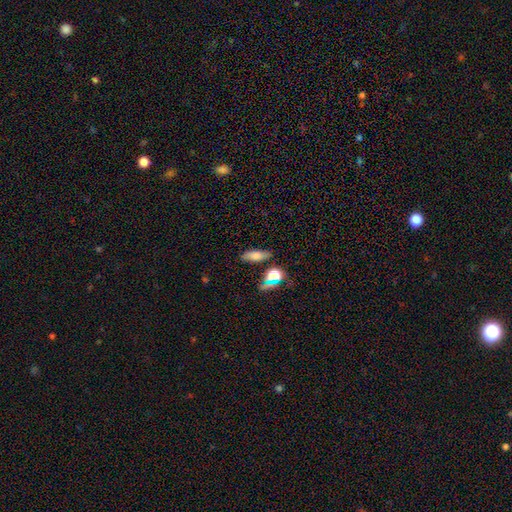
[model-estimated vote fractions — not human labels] The model was most divided on "how rounded": in between: 59%, cigar-shaped: 33%, round: 8%. More confident: merging — none (77%); smooth or featured — smooth (72%).